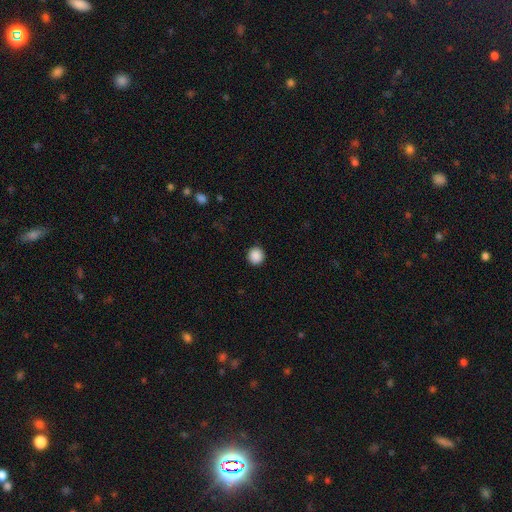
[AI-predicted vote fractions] Smooth or featured?
  - smooth: 89% *
  - star or artifact: 9%
  - featured or disk: 2%
How rounded?
  - round: 94% *
  - in between: 5%
  - cigar-shaped: 1%
Merging?
  - none: 93% *
  - minor disturbance: 5%
  - major disturbance: 2%
  - merger: 1%